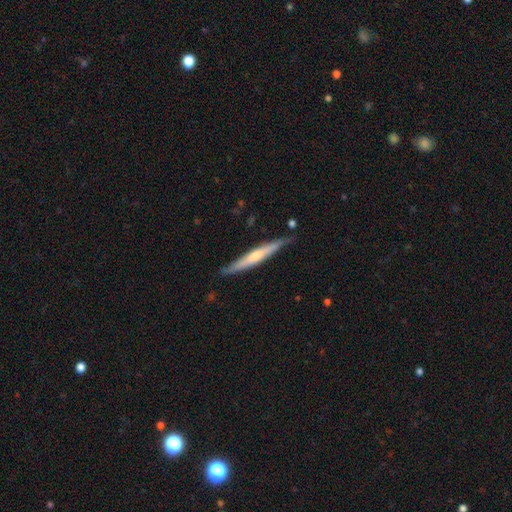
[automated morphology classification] Smooth or featured: featured or disk — 67% (smooth — 27%)
Edge-on disk: yes — 96% (no — 4%)
Edge-on bulge: rounded — 72% (none — 20%)
Merging: none — 87% (minor disturbance — 10%)